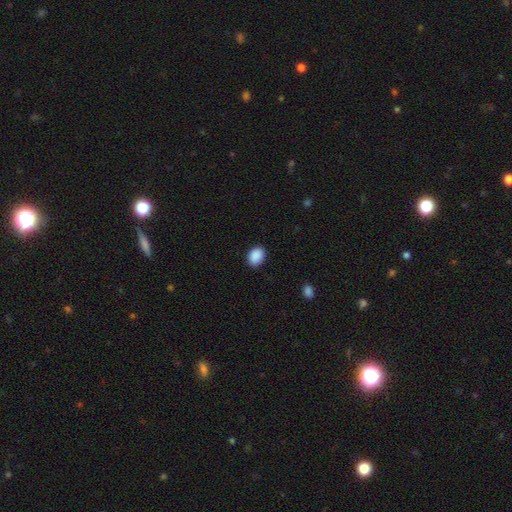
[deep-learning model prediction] Smooth or featured? smooth (90%)
How rounded? in between (75%)
Merging? none (88%)